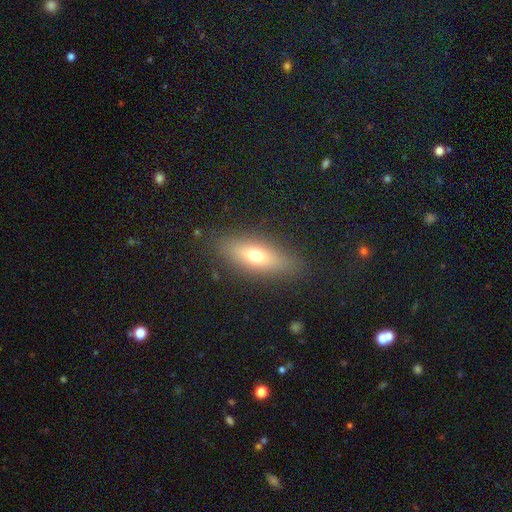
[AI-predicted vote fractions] A smooth galaxy with no disk features (63%) that is in between round and cigar-shaped (65%).

Vote fractions:
- Smooth or featured? smooth: 63% / featured or disk: 27% / star or artifact: 10%
- How rounded? in between: 65% / cigar-shaped: 29% / round: 6%
- Merging? none: 86% / minor disturbance: 9% / major disturbance: 4% / merger: 1%